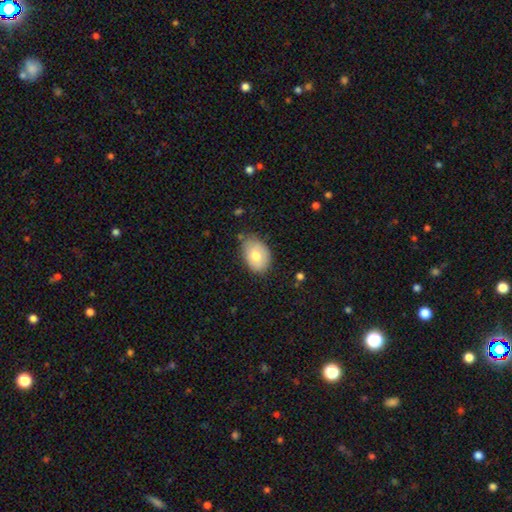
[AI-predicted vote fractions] smooth 72%, featured or disk 21%, star or artifact 7%. Down the decision tree: how rounded — in between (82%); merging — none (65%).